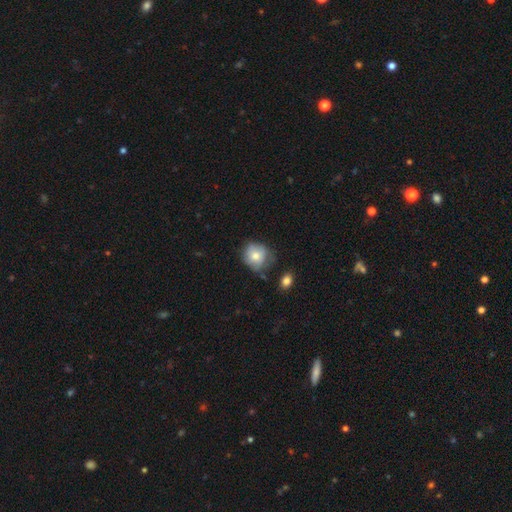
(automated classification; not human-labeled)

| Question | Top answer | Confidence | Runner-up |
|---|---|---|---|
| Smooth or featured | smooth | 72% | featured or disk (19%) |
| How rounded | round | 82% | in between (18%) |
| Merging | none | 57% | minor disturbance (30%) |